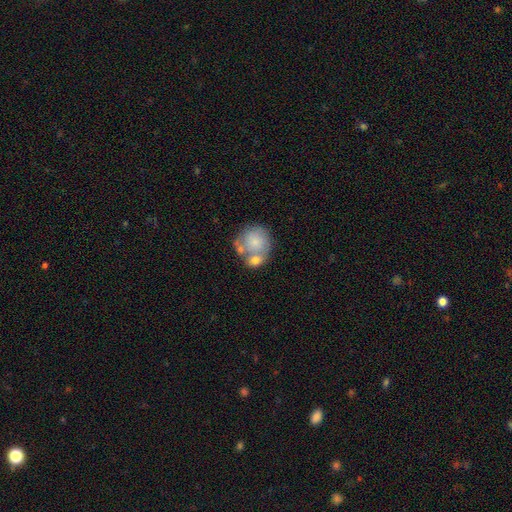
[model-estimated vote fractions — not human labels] The model was most divided on "merging": merger: 45%, none: 33%, minor disturbance: 14%, major disturbance: 8%. More confident: how rounded — round (79%); smooth or featured — smooth (66%).